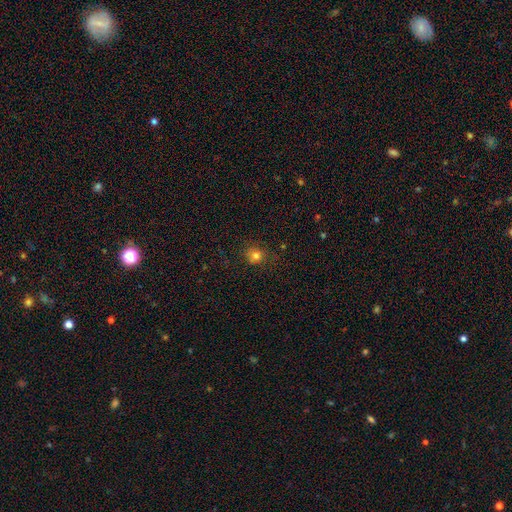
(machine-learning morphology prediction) type=smooth (79%); roundness=round (85%); merging=none (79%).